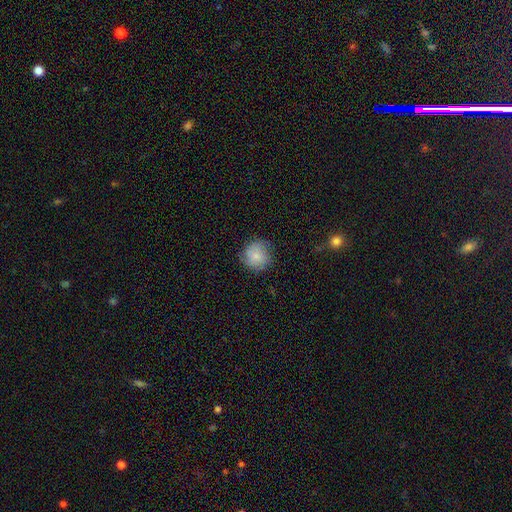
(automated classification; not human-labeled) This is likely a smooth galaxy (75%). How rounded: clearly round (91%). Merging: likely none (74%).